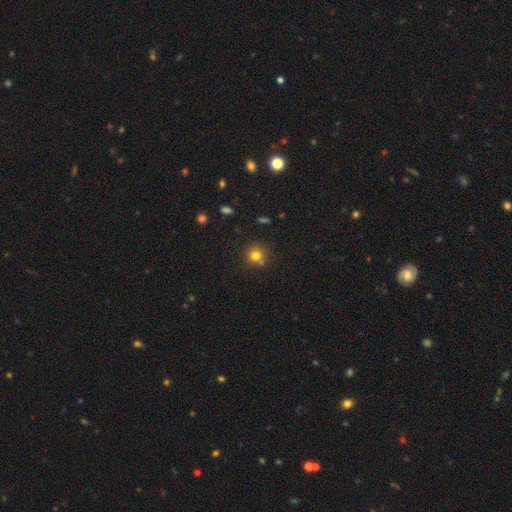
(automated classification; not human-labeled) A smooth galaxy with no disk features (78%) that is round (90%).

Vote fractions:
- Smooth or featured? smooth: 78% / star or artifact: 14% / featured or disk: 8%
- How rounded? round: 90% / in between: 9% / cigar-shaped: 1%
- Merging? none: 75% / minor disturbance: 12% / merger: 10% / major disturbance: 3%